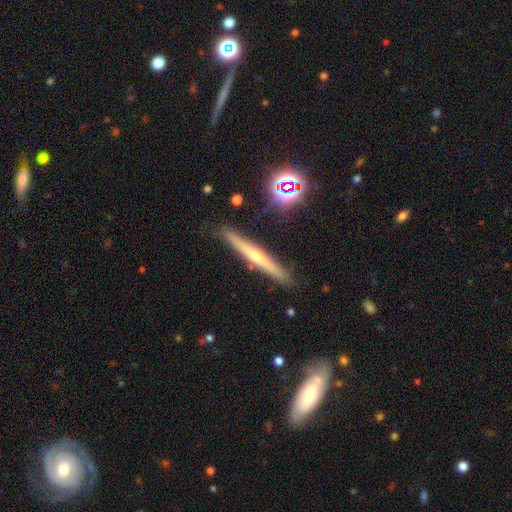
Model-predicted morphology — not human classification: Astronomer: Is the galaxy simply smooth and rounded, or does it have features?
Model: featured or disk — 65%.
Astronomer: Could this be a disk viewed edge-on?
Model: yes — 96%.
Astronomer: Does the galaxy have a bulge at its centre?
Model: rounded — 80%.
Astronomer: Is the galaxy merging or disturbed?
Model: none — 89%.